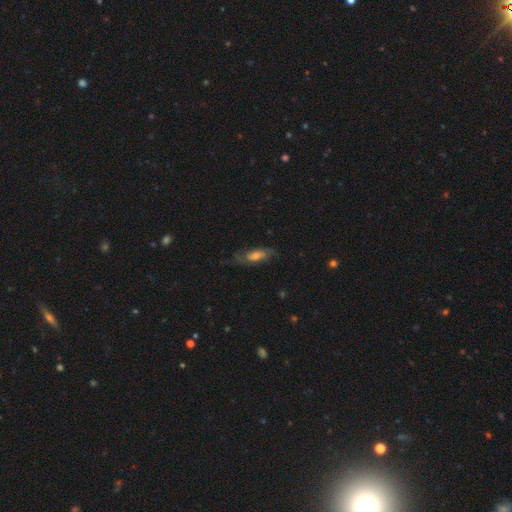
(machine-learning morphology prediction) Smooth or featured? featured or disk (61%)
Edge-on disk? no (79%)
Merging? none (67%)